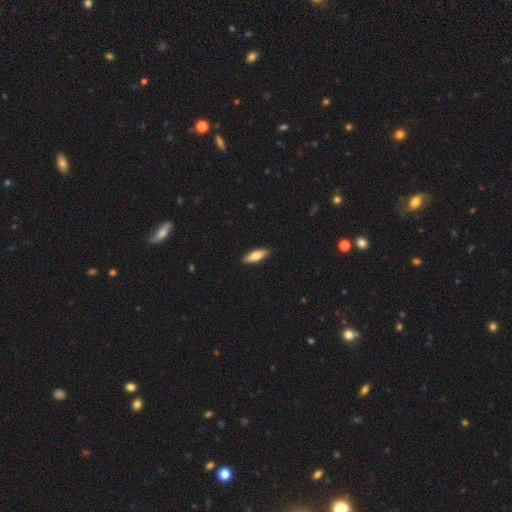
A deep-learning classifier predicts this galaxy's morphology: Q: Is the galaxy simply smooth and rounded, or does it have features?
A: smooth — 65%.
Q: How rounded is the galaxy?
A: cigar-shaped — 50%.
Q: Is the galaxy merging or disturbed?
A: none — 90%.